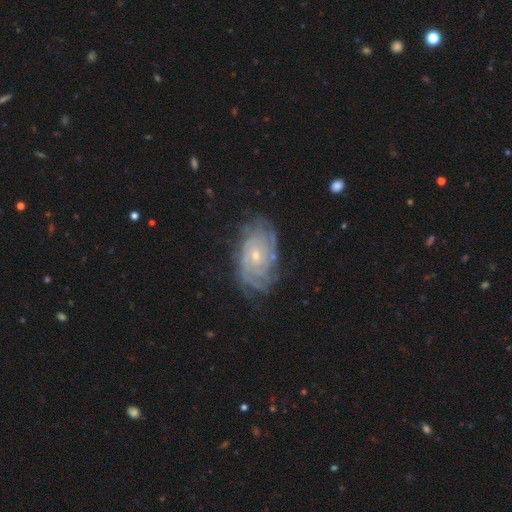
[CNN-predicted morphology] This is clearly a featured or disk galaxy (86%). It is clearly not viewed edge-on (96%). Bar: likely no (72%). Spiral arm pattern: clearly yes (96%). Spiral arm count: marginally can't tell (39%). Spiral winding: likely tight (78%). Central bulge: likely small (66%). Merging: likely none (73%).